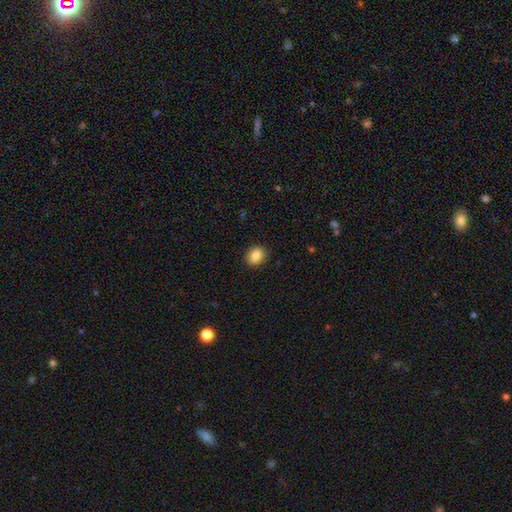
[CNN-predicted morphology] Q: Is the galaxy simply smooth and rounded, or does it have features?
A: smooth — 86%.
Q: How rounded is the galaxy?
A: in between — 50%.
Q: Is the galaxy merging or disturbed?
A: none — 89%.